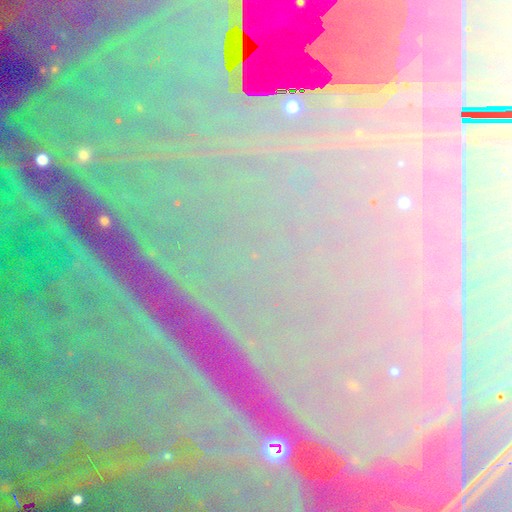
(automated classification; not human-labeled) star or artifact 85%, featured or disk 8%, smooth 7%.